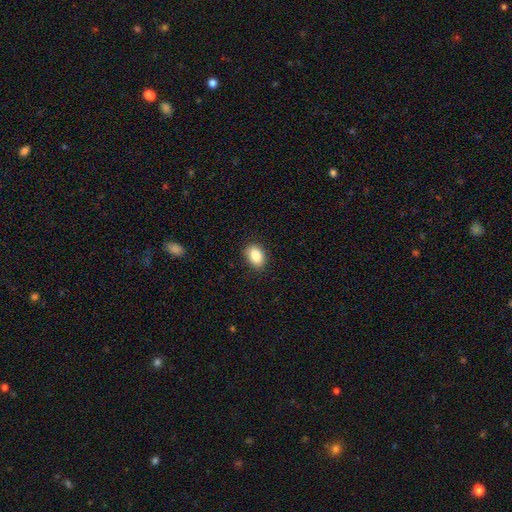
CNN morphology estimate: Smooth or featured?
  - smooth: 86% *
  - star or artifact: 8%
  - featured or disk: 6%
How rounded?
  - in between: 74% *
  - round: 24%
  - cigar-shaped: 1%
Merging?
  - none: 87% *
  - minor disturbance: 9%
  - major disturbance: 2%
  - merger: 1%